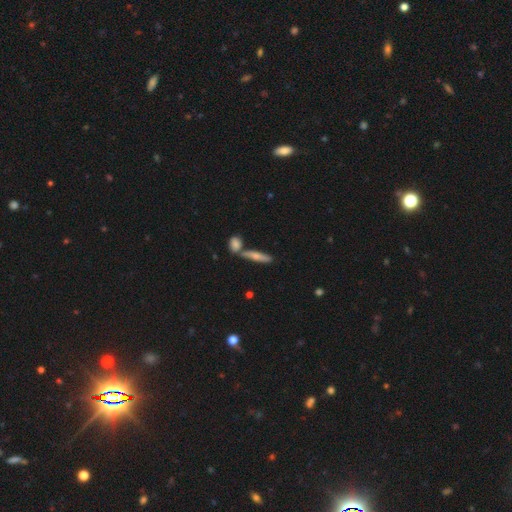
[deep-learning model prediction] This appears to be a smooth galaxy with no disk features (42%). Merging: none (56%).